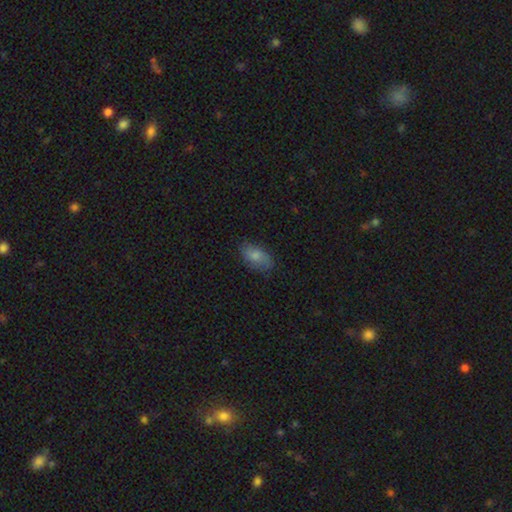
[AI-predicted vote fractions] smooth 78%, featured or disk 14%, star or artifact 8%. Down the decision tree: how rounded — in between (92%); merging — none (73%).